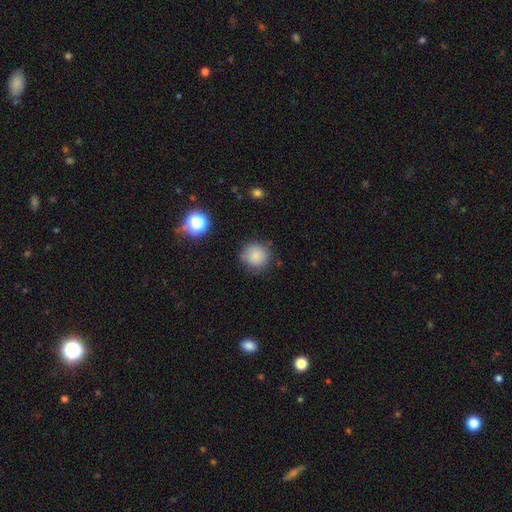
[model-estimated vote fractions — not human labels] The model was most divided on "merging": none: 81%, minor disturbance: 13%, major disturbance: 4%, merger: 2%. More confident: how rounded — round (92%); smooth or featured — smooth (83%).